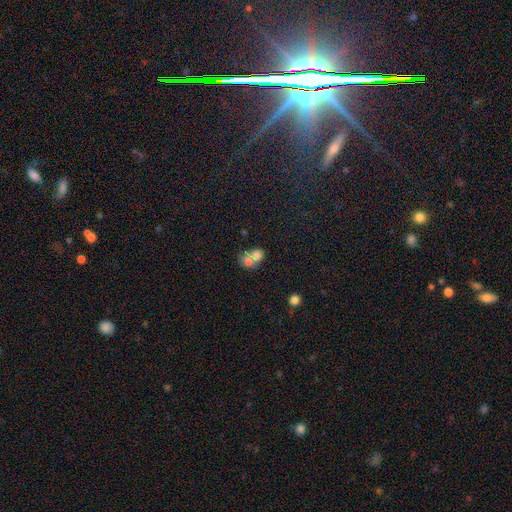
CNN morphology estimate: Smooth or featured?
  - smooth: 68% *
  - featured or disk: 21%
  - star or artifact: 10%
How rounded?
  - round: 55% *
  - in between: 44%
  - cigar-shaped: 1%
Merging?
  - merger: 73% *
  - none: 18%
  - minor disturbance: 6%
  - major disturbance: 3%